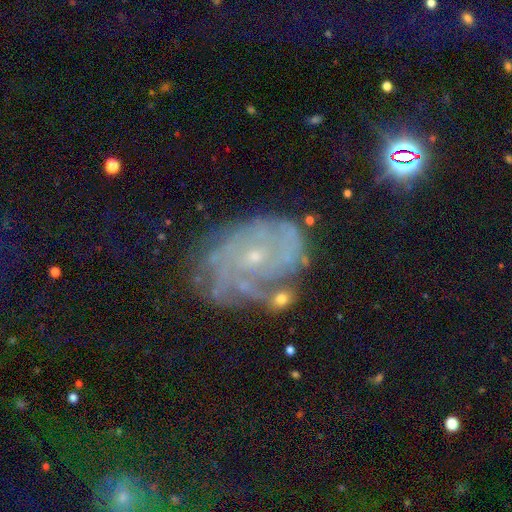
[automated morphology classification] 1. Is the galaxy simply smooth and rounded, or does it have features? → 79% featured or disk, 12% star or artifact, 10% smooth.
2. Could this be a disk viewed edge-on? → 97% no, 3% yes.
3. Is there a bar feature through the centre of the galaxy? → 74% no, 21% weak, 5% strong.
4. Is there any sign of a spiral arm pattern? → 92% yes, 8% no.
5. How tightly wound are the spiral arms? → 65% tight, 27% medium, 8% loose.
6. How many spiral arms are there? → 41% can't tell, 16% 2, 15% 3, 12% 4, 9% more than 4, 7% 1.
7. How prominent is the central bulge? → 81% small, 15% moderate, 2% none, 1% large, 1% dominant.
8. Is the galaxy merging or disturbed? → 64% none, 21% minor disturbance, 10% major disturbance, 5% merger.